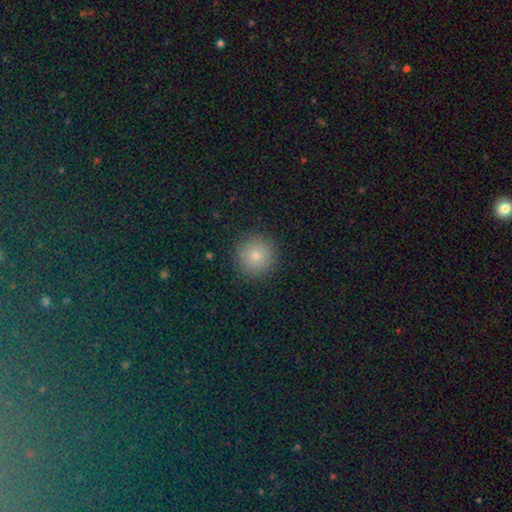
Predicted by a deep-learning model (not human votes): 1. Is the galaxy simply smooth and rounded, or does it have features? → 78% smooth, 12% star or artifact, 10% featured or disk.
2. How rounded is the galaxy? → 95% round, 4% in between, 1% cigar-shaped.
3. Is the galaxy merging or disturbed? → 90% none, 7% minor disturbance, 3% major disturbance, 1% merger.